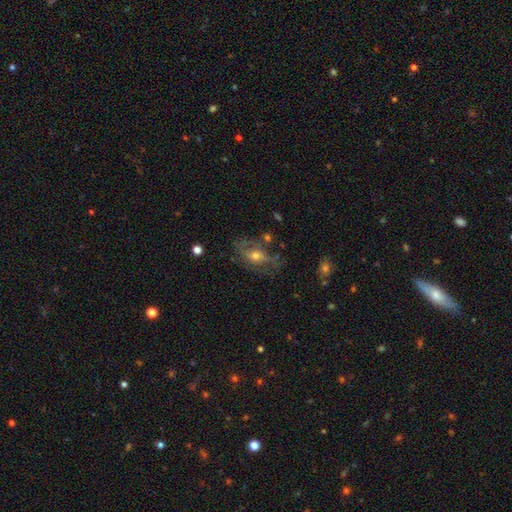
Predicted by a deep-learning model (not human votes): Smooth or featured? Predicted: featured or disk (p=0.58). Edge-on disk? Predicted: no (p=0.88). Bar? Predicted: no (p=0.68). Spiral arms? Predicted: yes (p=0.52). Bulge size? Predicted: moderate (p=0.57). Merging? Predicted: none (p=0.49).